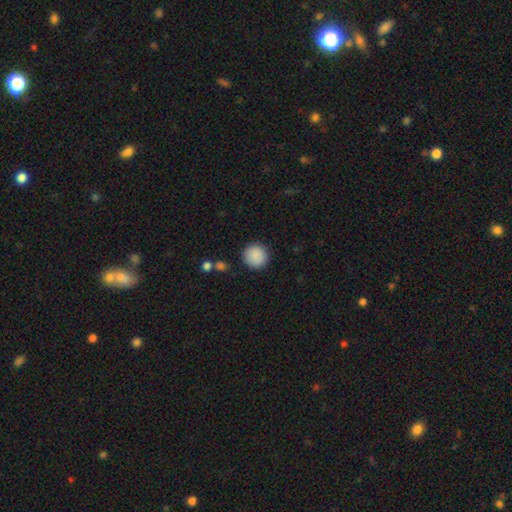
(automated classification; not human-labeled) smooth-or-featured: smooth: 89% | star or artifact: 7% | featured or disk: 3%
  how-rounded: round: 94% | in between: 5% | cigar-shaped: 1%
  merging: none: 90% | minor disturbance: 6% | major disturbance: 2% | merger: 2%